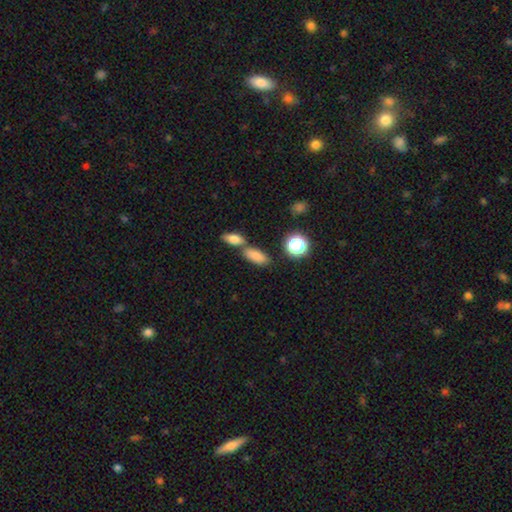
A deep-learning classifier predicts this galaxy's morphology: Smooth or featured: smooth — 80% (star or artifact — 12%)
How rounded: in between — 81% (cigar-shaped — 12%)
Merging: none — 54% (merger — 31%)